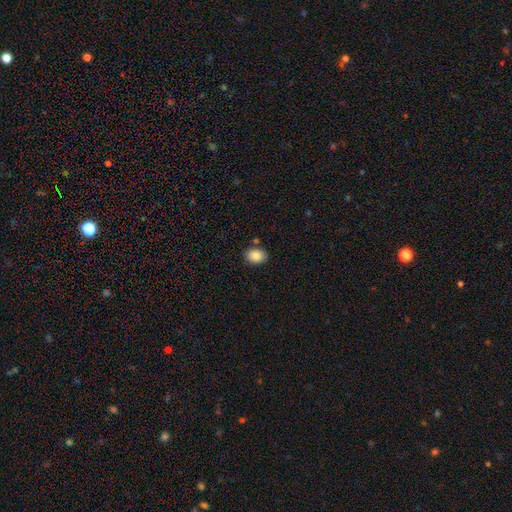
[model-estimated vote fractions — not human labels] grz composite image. It shows a smooth galaxy with no disk features (88%) that is in between round and cigar-shaped (73%). Merging: none (80%).